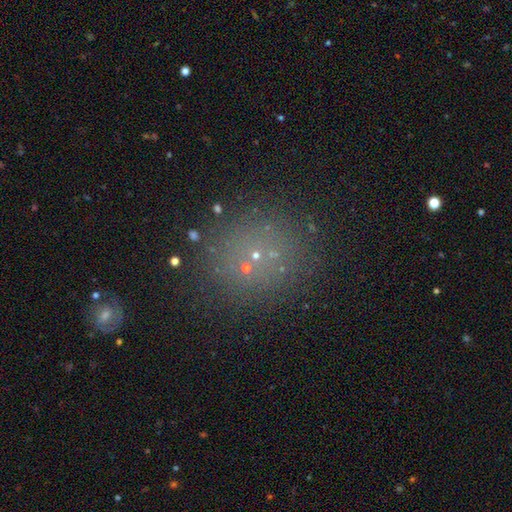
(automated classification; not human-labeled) smooth_or_featured: smooth (p=0.46) [alt: star or artifact p=0.39]
merging: none (p=0.77) [alt: minor disturbance p=0.09]